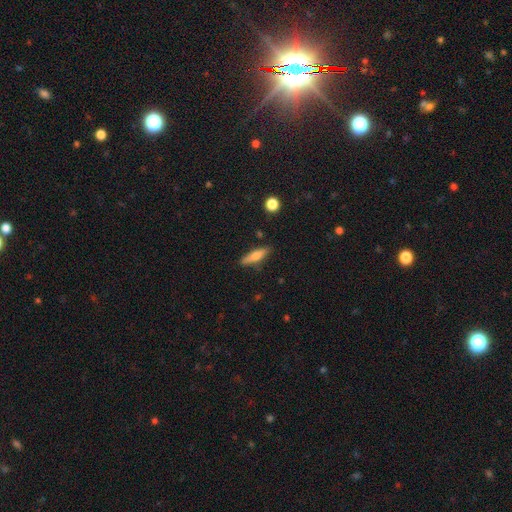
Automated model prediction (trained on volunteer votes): Q: Smooth or featured?
A: smooth (64%); runner-up: featured or disk (29%)
Q: How rounded?
A: cigar-shaped (68%); runner-up: in between (30%)
Q: Merging?
A: none (84%); runner-up: minor disturbance (12%)